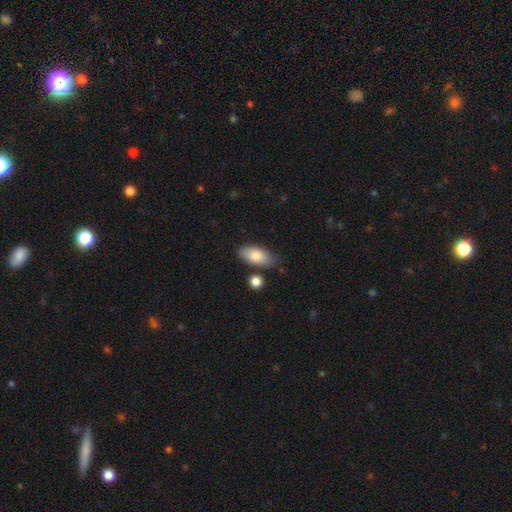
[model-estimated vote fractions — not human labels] smooth_or_featured: smooth (p=0.82) [alt: featured or disk p=0.12]
how_rounded: in between (p=0.90) [alt: cigar-shaped p=0.07]
merging: none (p=0.74) [alt: minor disturbance p=0.17]